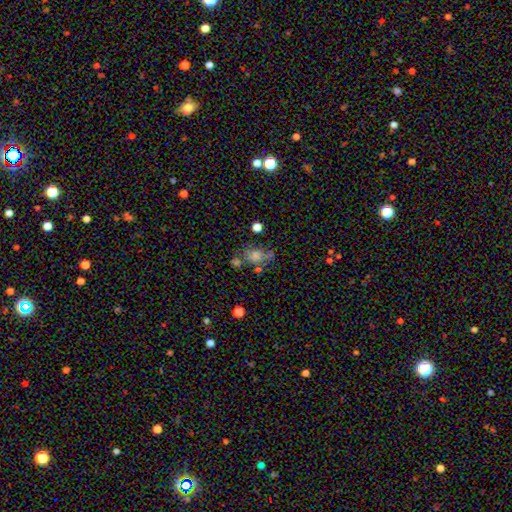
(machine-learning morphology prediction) smooth_or_featured: smooth (p=0.51) [alt: star or artifact p=0.25]
how_rounded: in between (p=0.58) [alt: round p=0.39]
merging: none (p=0.50) [alt: minor disturbance p=0.20]